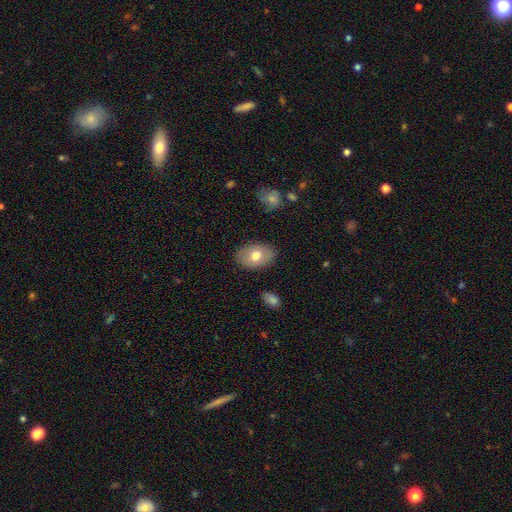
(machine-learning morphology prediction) Overall: smooth (71%). How rounded: in between (87%). Merging: none (85%).